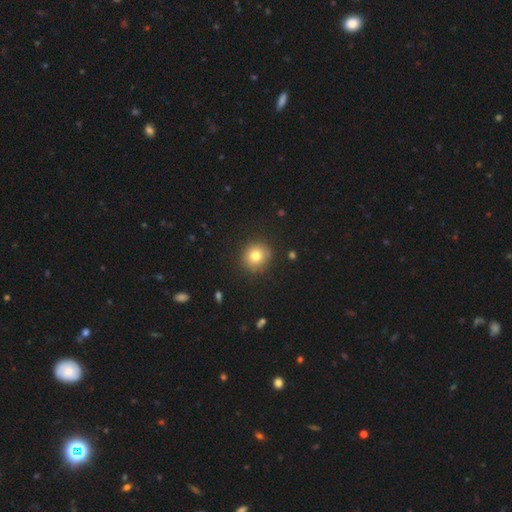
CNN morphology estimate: smooth_or_featured: smooth (p=0.78) [alt: star or artifact p=0.12]
how_rounded: round (p=0.90) [alt: in between p=0.09]
merging: none (p=0.87) [alt: minor disturbance p=0.09]